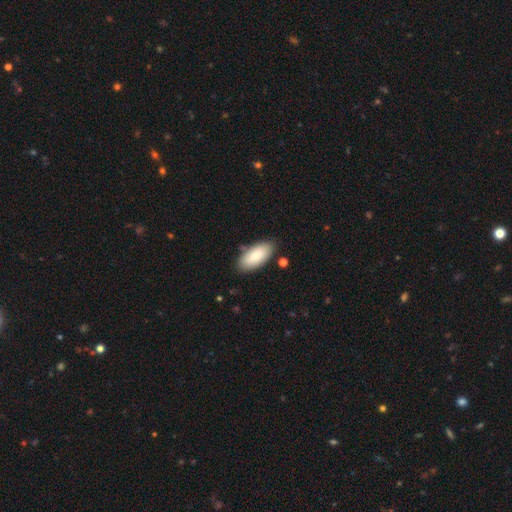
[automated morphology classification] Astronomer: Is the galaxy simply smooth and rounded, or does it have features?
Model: smooth — 86%.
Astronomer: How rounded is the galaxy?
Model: in between — 90%.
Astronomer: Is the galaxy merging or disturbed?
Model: none — 81%.